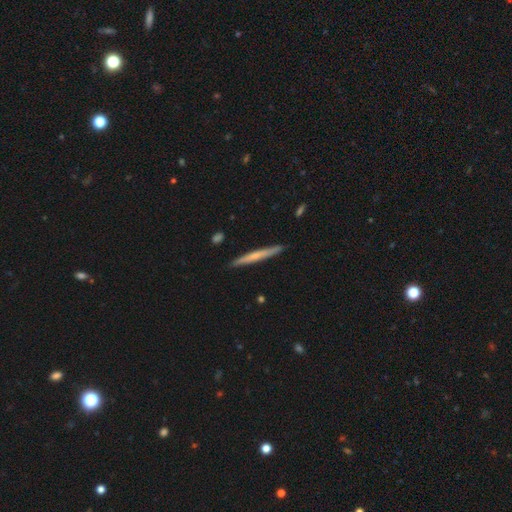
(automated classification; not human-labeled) This appears to be a smooth galaxy with no disk features (48%). Merging: none (90%).